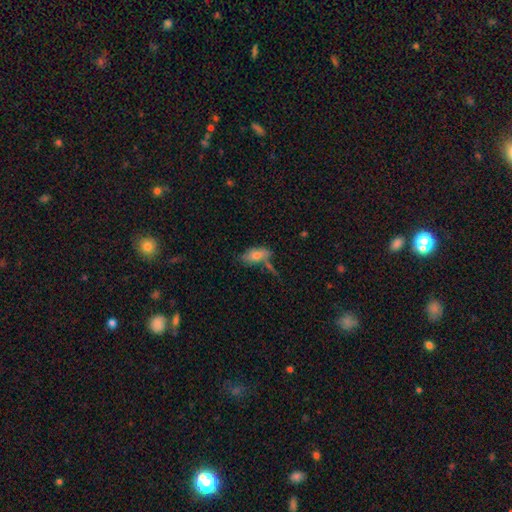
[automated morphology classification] smooth 72%, featured or disk 19%, star or artifact 9%. Down the decision tree: how rounded — in between (86%); merging — none (49%).